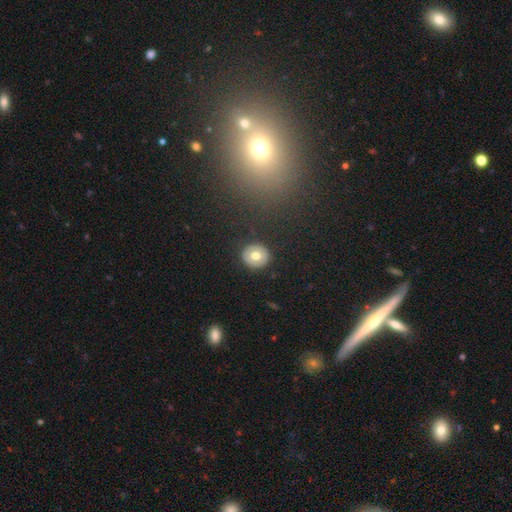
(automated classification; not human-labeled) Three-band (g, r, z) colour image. It shows a smooth galaxy with no disk features (64%) that is round (87%). Merging: none (91%).